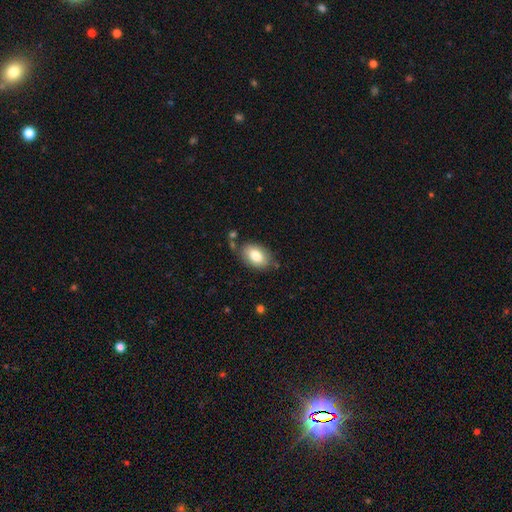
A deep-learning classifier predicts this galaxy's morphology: smooth 80%, featured or disk 13%, star or artifact 7%. Down the decision tree: how rounded — in between (89%); merging — none (77%).